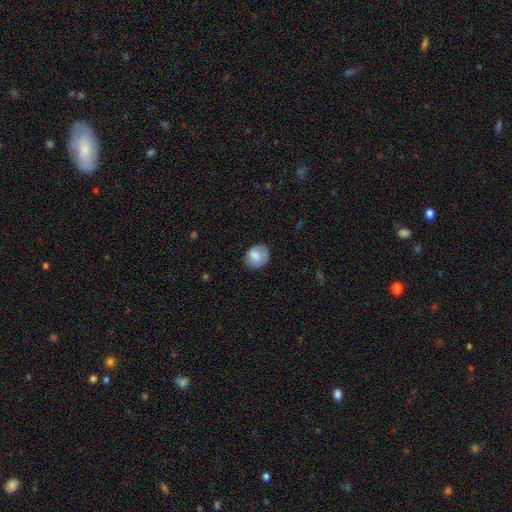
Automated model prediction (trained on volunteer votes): Morphology: type=smooth (81%); roundness=round (69%); merging=none (72%).